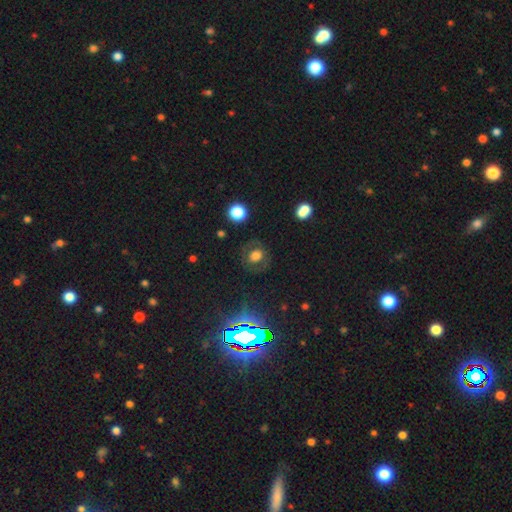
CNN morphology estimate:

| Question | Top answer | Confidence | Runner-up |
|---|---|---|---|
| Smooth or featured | smooth | 50% | featured or disk (30%) |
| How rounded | round | 74% | in between (24%) |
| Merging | none | 77% | minor disturbance (13%) |